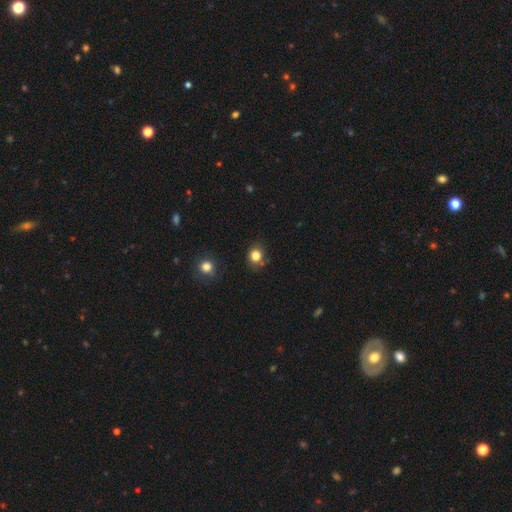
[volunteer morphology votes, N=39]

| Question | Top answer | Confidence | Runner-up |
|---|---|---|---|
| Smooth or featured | smooth | 85% | star or artifact (10%) |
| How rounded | round | 73% | in between (27%) |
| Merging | none | 89% | minor disturbance (9%) |